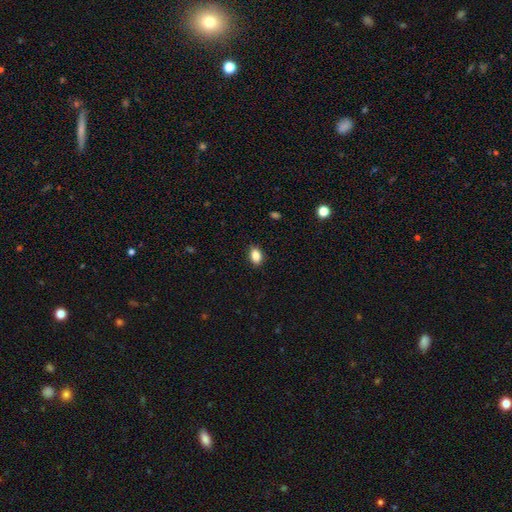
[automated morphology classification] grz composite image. It shows a smooth galaxy with no disk features (86%) that is in between round and cigar-shaped (81%). Merging: none (87%).